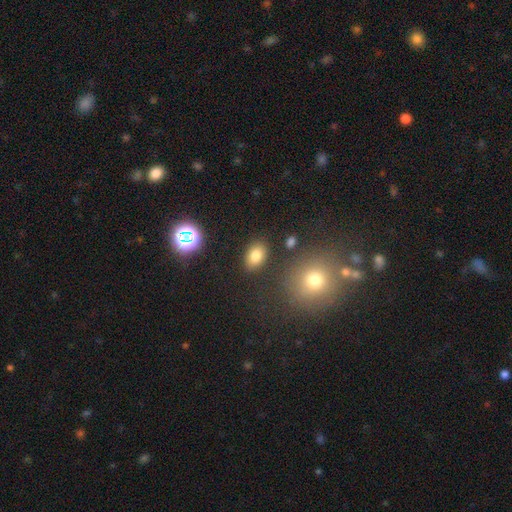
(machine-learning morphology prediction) A smooth galaxy with no disk features (81%) that is in between round and cigar-shaped (80%).

Vote fractions:
- Smooth or featured? smooth: 81% / star or artifact: 11% / featured or disk: 8%
- How rounded? in between: 80% / round: 18% / cigar-shaped: 1%
- Merging? none: 84% / minor disturbance: 9% / merger: 3% / major disturbance: 3%